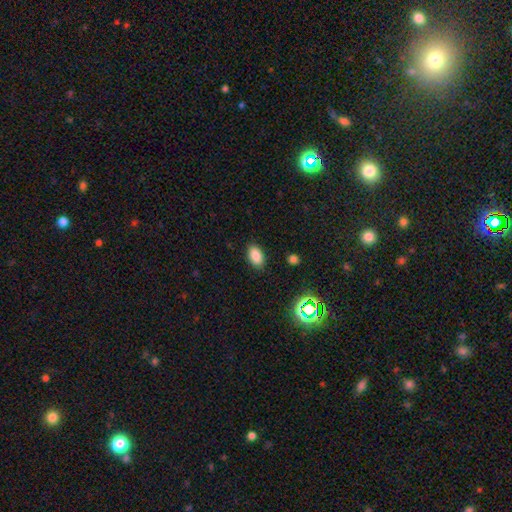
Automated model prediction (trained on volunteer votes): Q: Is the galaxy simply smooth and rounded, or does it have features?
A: smooth — 84%.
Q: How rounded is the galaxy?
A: in between — 91%.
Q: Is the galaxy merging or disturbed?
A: none — 87%.